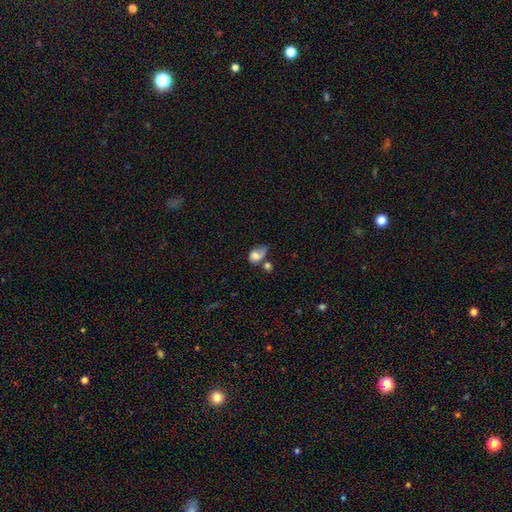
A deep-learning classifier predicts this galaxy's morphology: Overall: smooth (65%; featured or disk 25%). How rounded: in between (73%). Merging: merger (27%, tied with major disturbance).